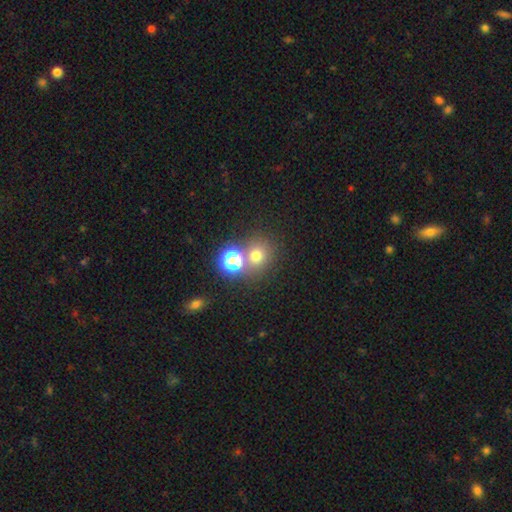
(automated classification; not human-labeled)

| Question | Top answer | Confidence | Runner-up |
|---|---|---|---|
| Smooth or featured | smooth | 65% | star or artifact (26%) |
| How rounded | round | 84% | in between (15%) |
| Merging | none | 61% | merger (27%) |